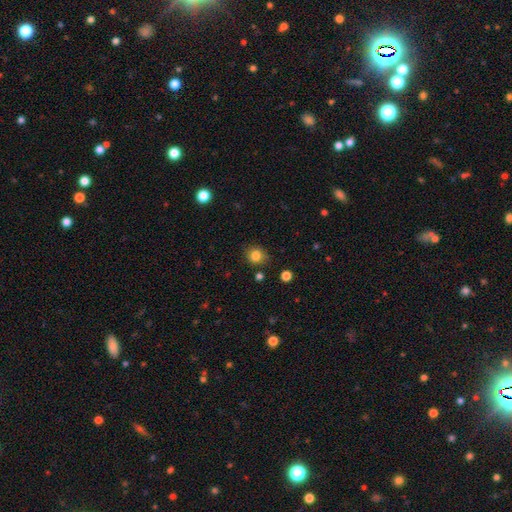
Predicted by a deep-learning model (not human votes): smooth-or-featured: smooth: 83% | star or artifact: 12% | featured or disk: 5%
  how-rounded: round: 77% | in between: 22% | cigar-shaped: 1%
  merging: none: 82% | minor disturbance: 12% | major disturbance: 3% | merger: 3%